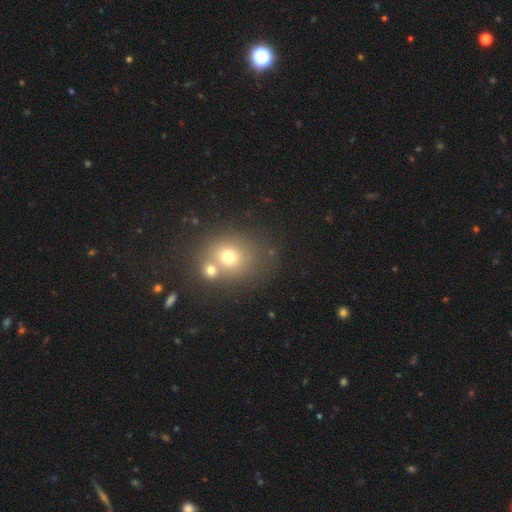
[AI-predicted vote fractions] Smooth or featured? smooth (58%)
How rounded? round (70%)
Merging? none (54%)